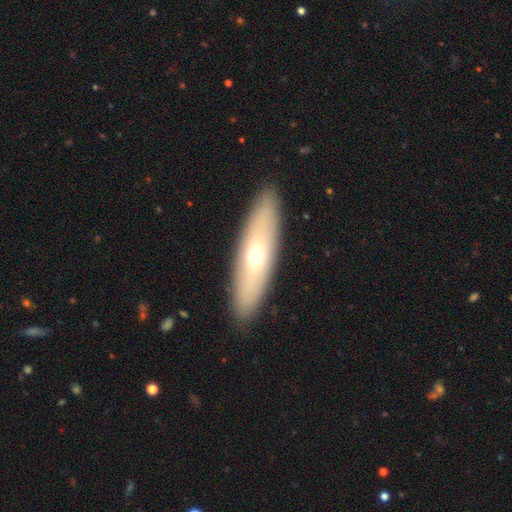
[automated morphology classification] Q: Smooth or featured?
A: smooth (52%); runner-up: featured or disk (42%)
Q: How rounded?
A: cigar-shaped (59%); runner-up: in between (38%)
Q: Merging?
A: none (90%); runner-up: minor disturbance (7%)